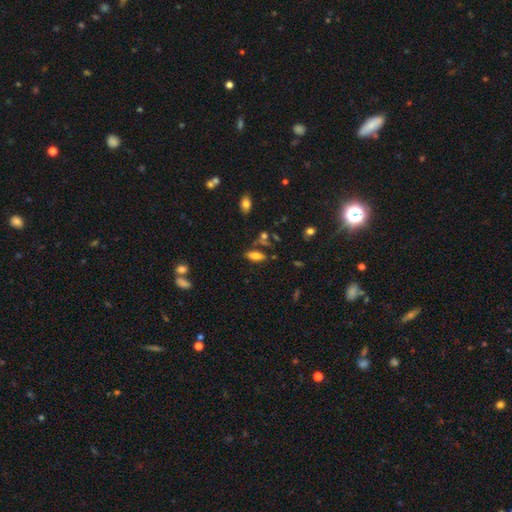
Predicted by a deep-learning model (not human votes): Morphology: type=smooth (74%); roundness=in between (76%); merging=none (70%).